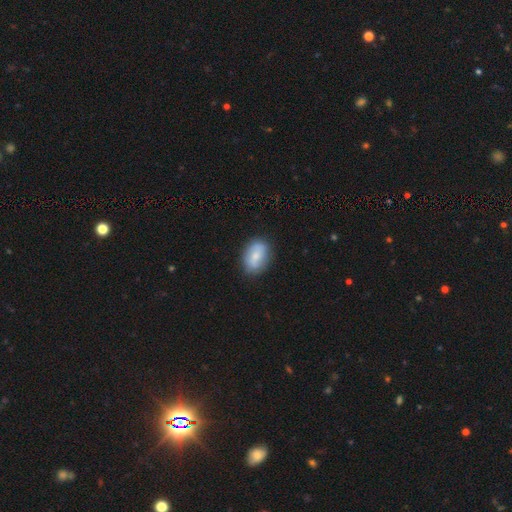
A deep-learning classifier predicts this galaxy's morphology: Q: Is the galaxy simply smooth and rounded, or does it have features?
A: smooth — 70%.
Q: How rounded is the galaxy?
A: in between — 79%.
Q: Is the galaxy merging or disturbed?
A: none — 82%.